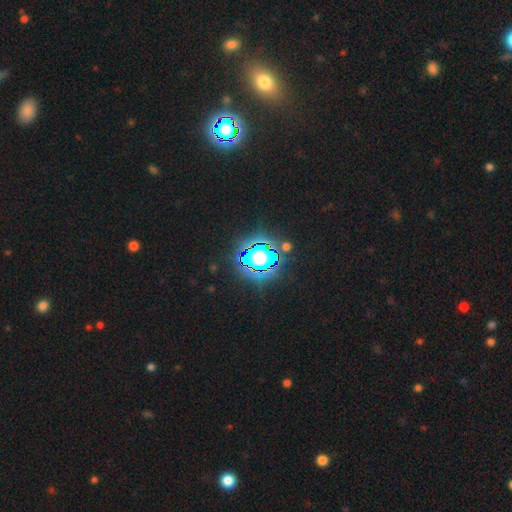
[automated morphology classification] Overall: star or artifact (81%).